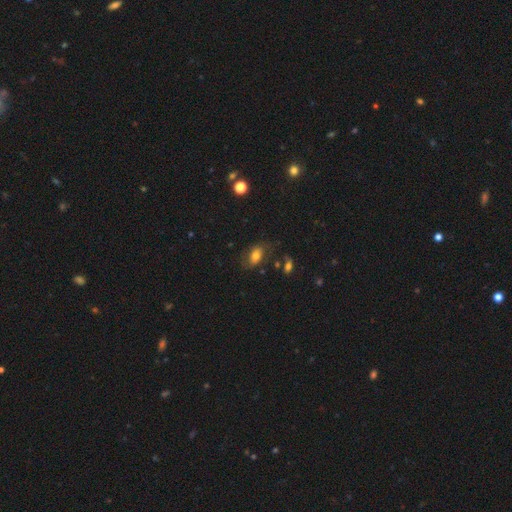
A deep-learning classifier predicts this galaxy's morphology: type=smooth (63%); roundness=in between (85%); merging=none (62%).